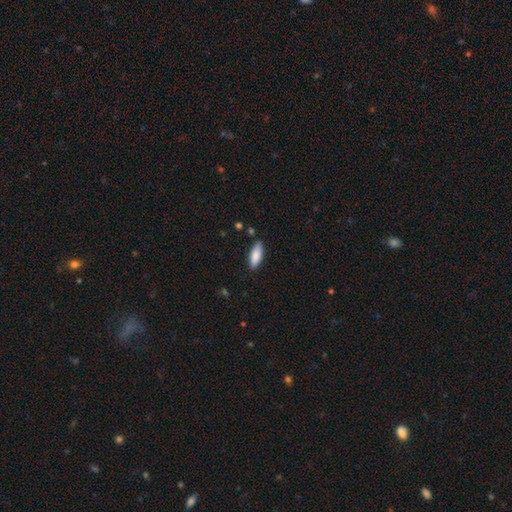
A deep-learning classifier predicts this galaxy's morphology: The model was most divided on "how rounded": in between: 66%, cigar-shaped: 32%, round: 2%. More confident: smooth or featured — smooth (84%); merging — none (84%).